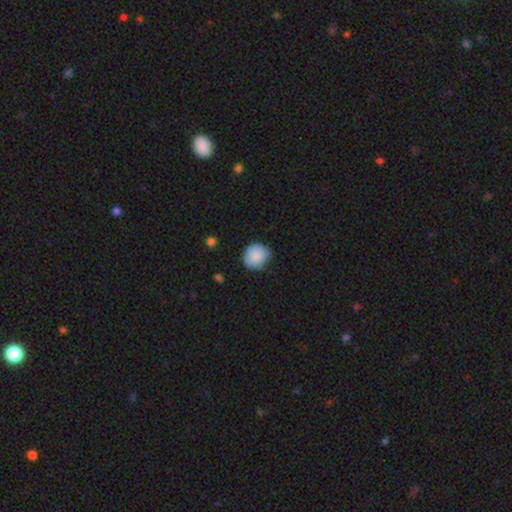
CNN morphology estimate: Smooth or featured? smooth (86%)
How rounded? round (77%)
Merging? none (71%)